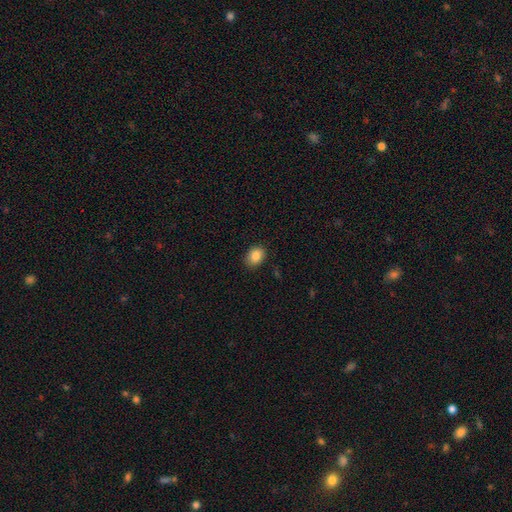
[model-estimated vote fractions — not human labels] smooth 86%, star or artifact 9%, featured or disk 5%. Down the decision tree: how rounded — in between (62%); merging — none (86%).